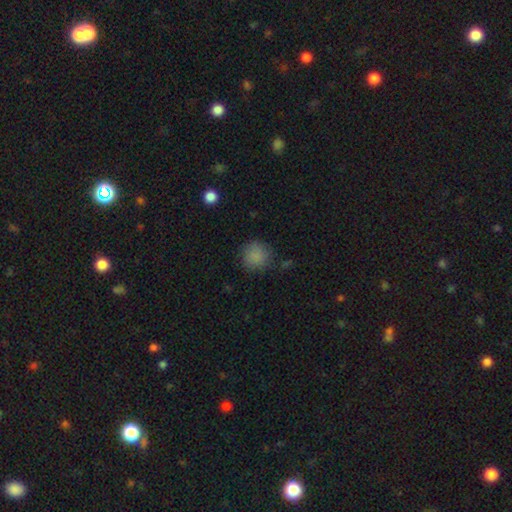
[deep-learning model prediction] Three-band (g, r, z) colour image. It shows a smooth galaxy with no disk features (84%) that is round (91%). Merging: none (80%).